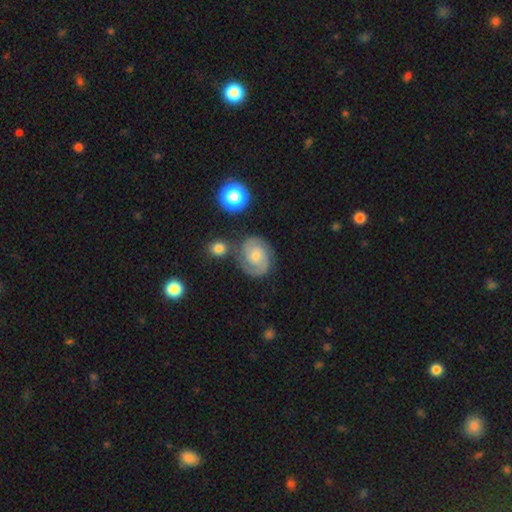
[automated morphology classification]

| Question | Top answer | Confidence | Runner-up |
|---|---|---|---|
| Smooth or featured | featured or disk | 81% | smooth (11%) |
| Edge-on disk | no | 98% | yes (2%) |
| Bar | no | 66% | weak (29%) |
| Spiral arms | yes | 97% | no (3%) |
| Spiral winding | tight | 52% | medium (41%) |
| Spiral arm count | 2 | 87% | can't tell (5%) |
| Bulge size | small | 47% | moderate (46%) |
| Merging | none | 76% | minor disturbance (13%) |